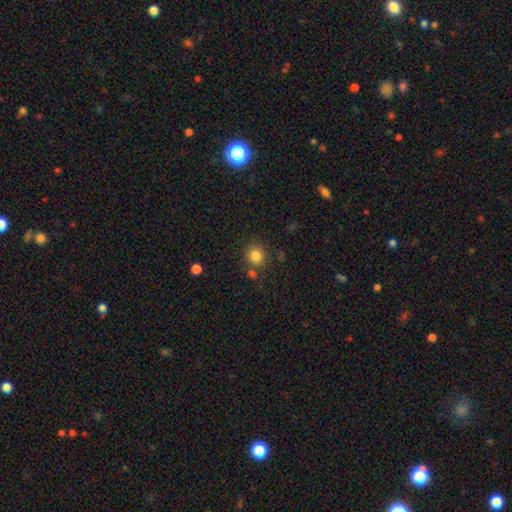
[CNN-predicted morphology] The model was most divided on "merging": none: 76%, merger: 10%, minor disturbance: 10%, major disturbance: 4%. More confident: how rounded — round (89%); smooth or featured — smooth (83%).